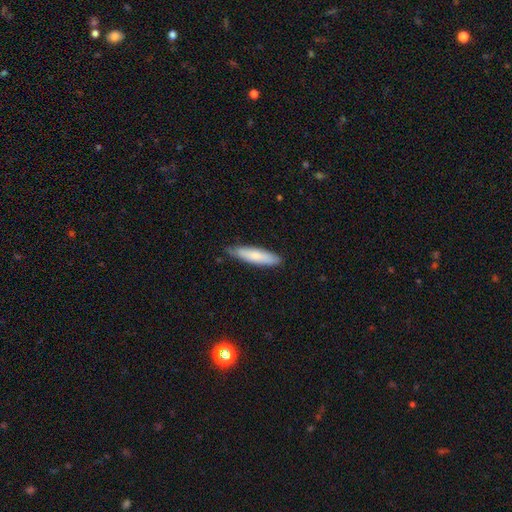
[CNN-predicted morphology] Smooth or featured: smooth — 76% (featured or disk — 18%)
How rounded: cigar-shaped — 72% (in between — 27%)
Merging: none — 77% (minor disturbance — 19%)